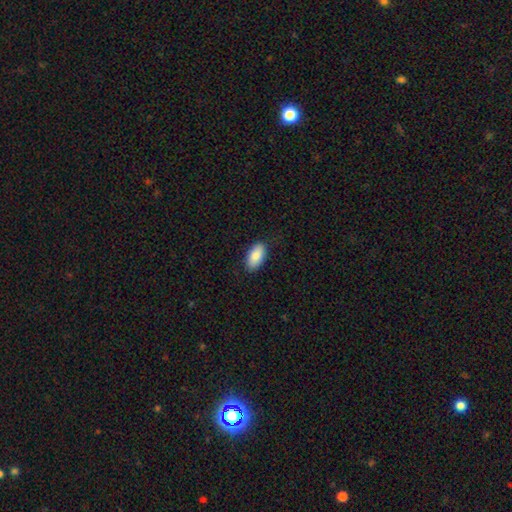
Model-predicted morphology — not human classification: The model was most divided on "merging": none: 87%, minor disturbance: 10%, major disturbance: 2%, merger: 1%. More confident: how rounded — in between (94%); smooth or featured — smooth (88%).